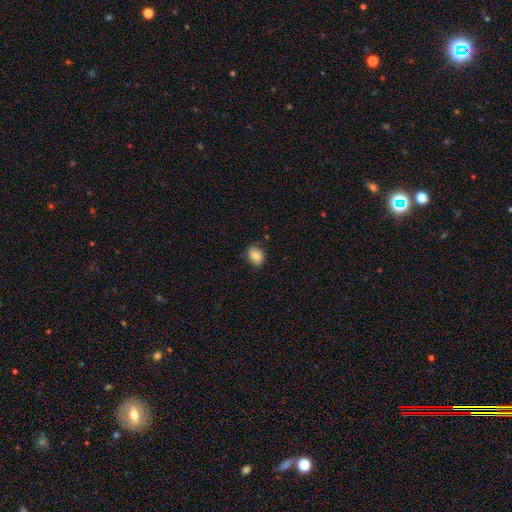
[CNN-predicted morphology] Smooth or featured?
  - smooth: 80% *
  - featured or disk: 11%
  - star or artifact: 8%
How rounded?
  - in between: 56% *
  - round: 43%
  - cigar-shaped: 1%
Merging?
  - none: 85% *
  - minor disturbance: 12%
  - major disturbance: 2%
  - merger: 1%